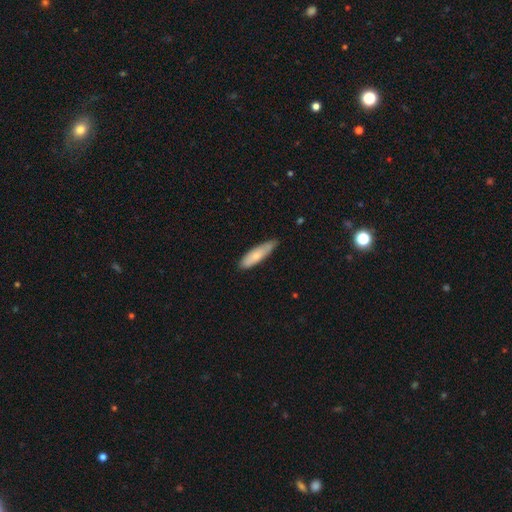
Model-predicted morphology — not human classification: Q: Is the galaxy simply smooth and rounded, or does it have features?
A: smooth — 75%.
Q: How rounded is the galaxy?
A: cigar-shaped — 62%.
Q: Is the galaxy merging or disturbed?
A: none — 71%.